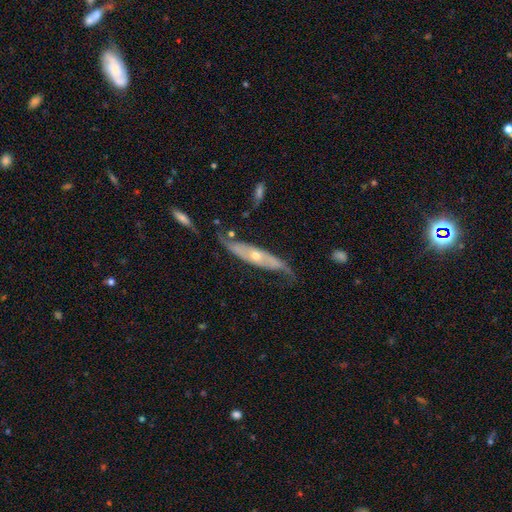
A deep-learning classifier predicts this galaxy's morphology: The model was most divided on "edge-on disk": no: 57%, yes: 43%. More confident: smooth or featured — featured or disk (77%); merging — none (60%).